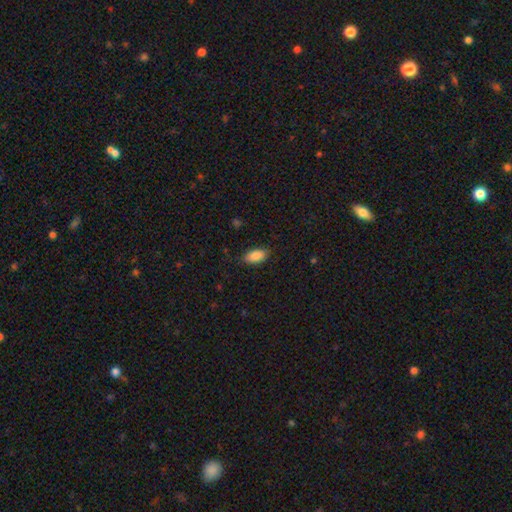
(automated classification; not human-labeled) Smooth or featured? Predicted: smooth (p=0.88). How rounded? Predicted: in between (p=0.92). Merging? Predicted: none (p=0.84).